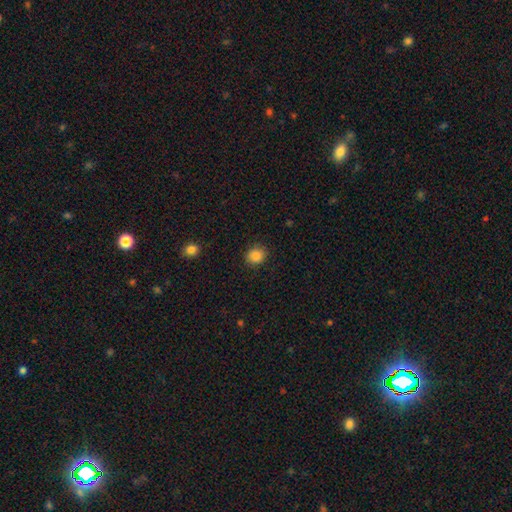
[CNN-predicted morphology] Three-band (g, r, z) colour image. It shows a smooth galaxy with no disk features (87%) that is round (75%). Merging: none (88%).